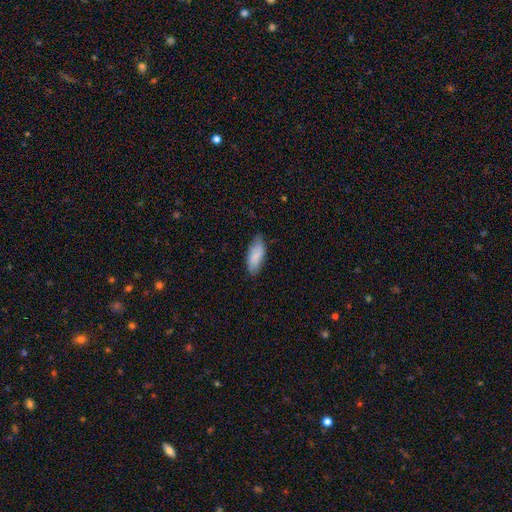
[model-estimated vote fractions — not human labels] smooth_or_featured: smooth (p=0.83) [alt: featured or disk p=0.11]
how_rounded: in between (p=0.81) [alt: cigar-shaped p=0.17]
merging: none (p=0.76) [alt: minor disturbance p=0.19]